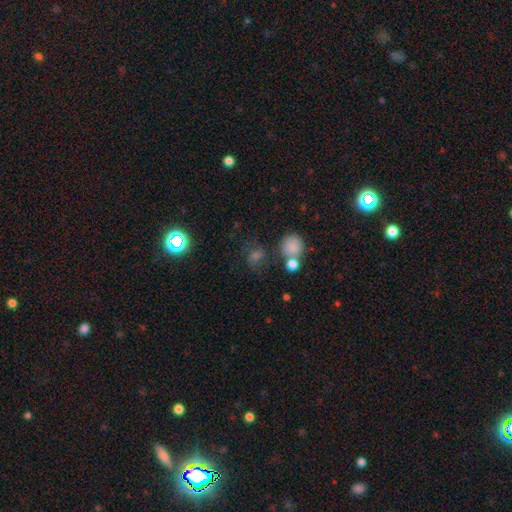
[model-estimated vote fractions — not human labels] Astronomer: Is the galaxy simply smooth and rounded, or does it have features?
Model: smooth — 50% (runner-up: star or artifact, 33%).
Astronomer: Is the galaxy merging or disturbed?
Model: none — 63%.